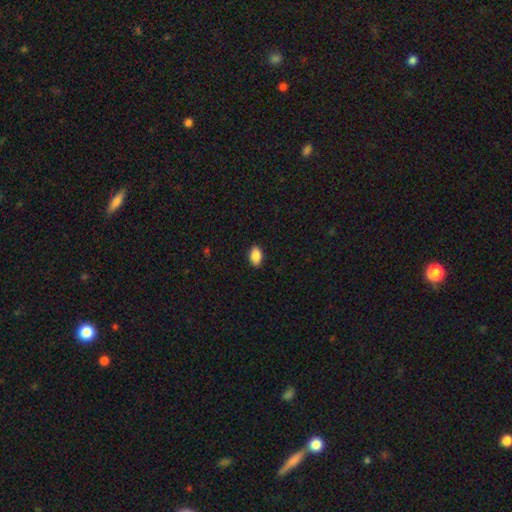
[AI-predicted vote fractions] This is clearly a smooth galaxy (88%). How rounded: clearly in between (91%). Merging: clearly none (89%).